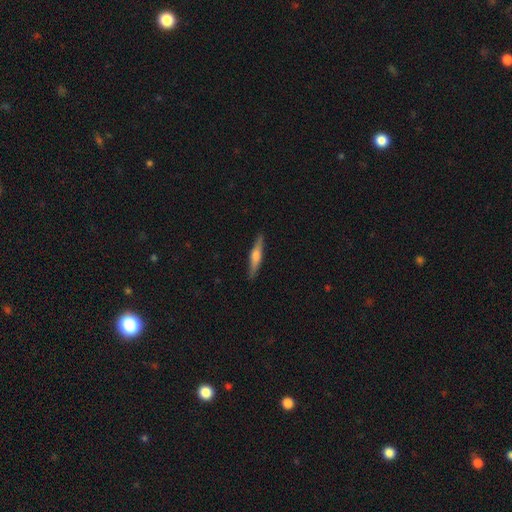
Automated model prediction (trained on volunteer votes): Smooth or featured? featured or disk (56%)
Edge-on disk? yes (96%)
Edge-on bulge? rounded (79%)
Merging? none (90%)